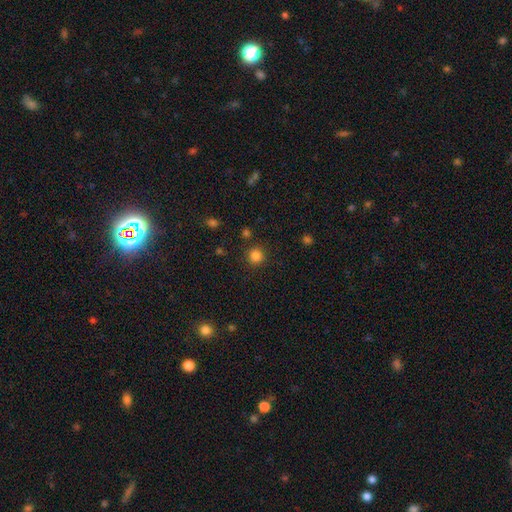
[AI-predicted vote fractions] Morphology: type=smooth (83%); roundness=round (93%); merging=none (89%).